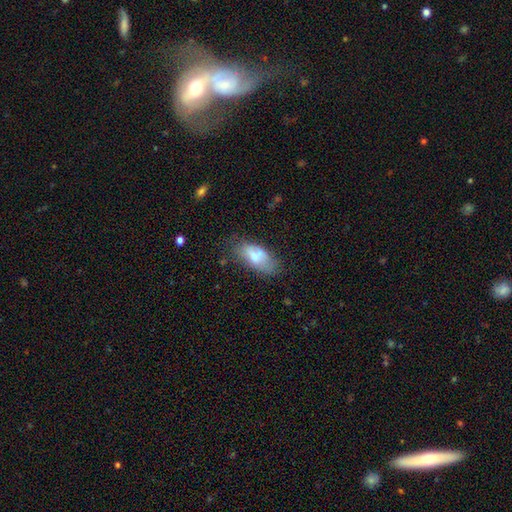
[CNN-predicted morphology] type=smooth (66%); roundness=in between (88%); merging=none (50%).